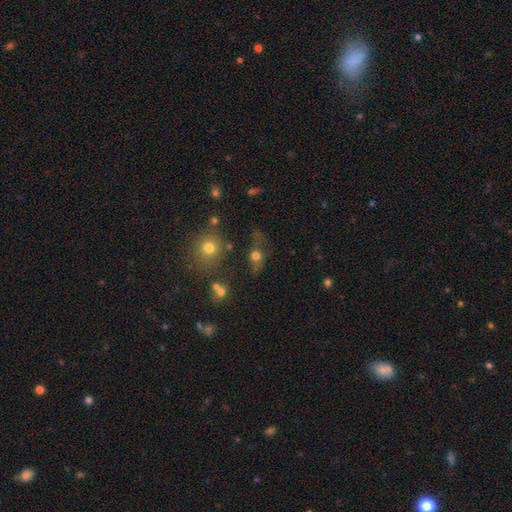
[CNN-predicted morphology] Q: Smooth or featured?
A: smooth (64%); runner-up: featured or disk (19%)
Q: How rounded?
A: round (47%); runner-up: in between (46%)
Q: Merging?
A: none (56%); runner-up: minor disturbance (19%)